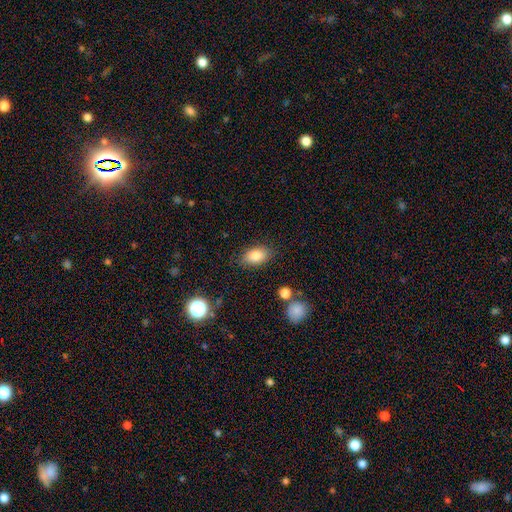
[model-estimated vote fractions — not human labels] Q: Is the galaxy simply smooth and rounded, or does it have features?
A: smooth — 83%.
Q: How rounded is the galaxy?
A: in between — 89%.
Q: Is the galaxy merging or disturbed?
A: none — 83%.